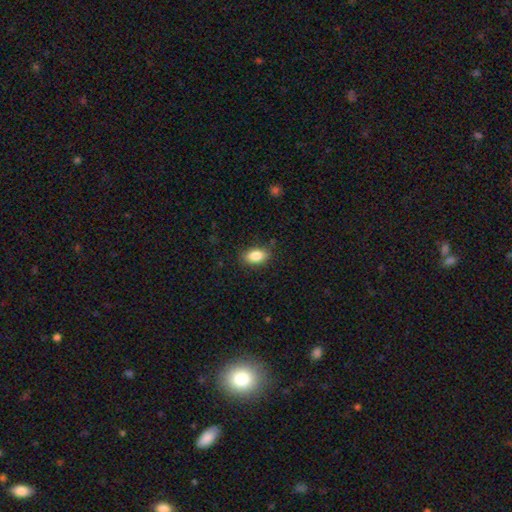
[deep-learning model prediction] Smooth or featured? smooth (85%)
How rounded? in between (88%)
Merging? none (85%)